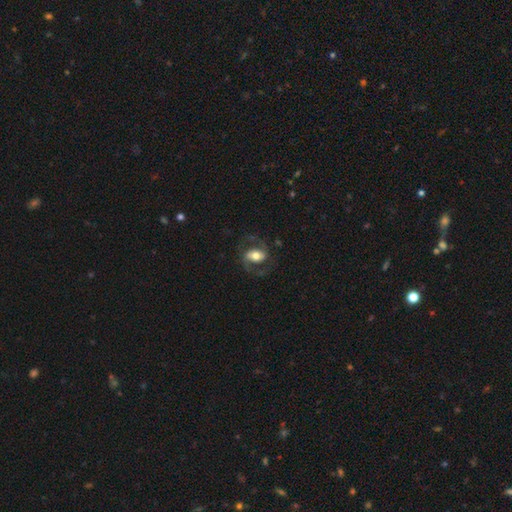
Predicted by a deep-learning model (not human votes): Q: Smooth or featured?
A: featured or disk (70%); runner-up: smooth (24%)
Q: Edge-on disk?
A: no (96%); runner-up: yes (4%)
Q: Bar?
A: weak (35%); runner-up: strong (34%)
Q: Spiral arms?
A: yes (88%); runner-up: no (12%)
Q: Spiral winding?
A: medium (54%); runner-up: loose (29%)
Q: Spiral arm count?
A: 2 (90%); runner-up: can't tell (4%)
Q: Bulge size?
A: moderate (59%); runner-up: large (25%)
Q: Merging?
A: none (71%); runner-up: minor disturbance (14%)